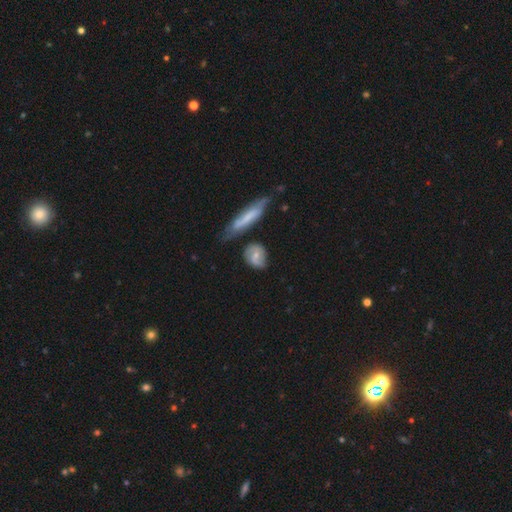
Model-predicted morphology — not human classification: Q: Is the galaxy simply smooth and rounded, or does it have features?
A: featured or disk — 54%.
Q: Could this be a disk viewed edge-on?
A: no — 92%.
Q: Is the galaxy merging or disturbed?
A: none — 66%.